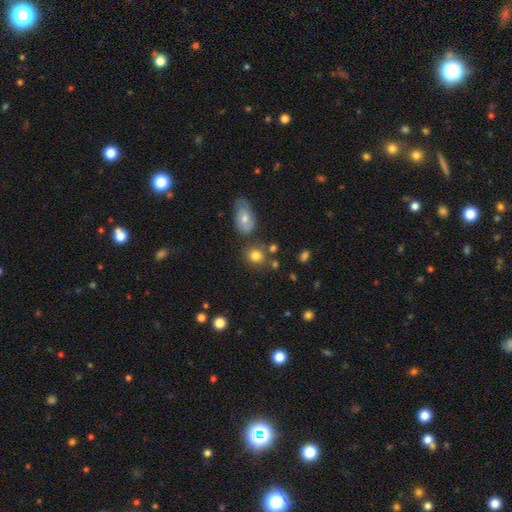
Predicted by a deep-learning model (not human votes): A smooth galaxy with no disk features (80%) that is round (71%). Merging: none (68%).